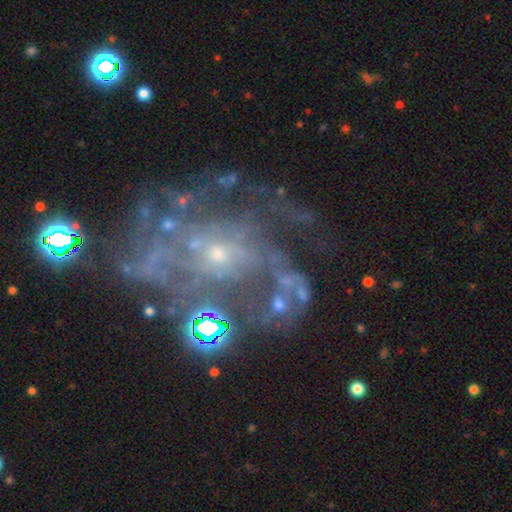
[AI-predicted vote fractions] Morphology: type=featured or disk (78%); edge-on=no (97%); bar=no (73%); spiral arms=yes (76%); winding=medium (41%); arm count=can't tell (42%); bulge=small (75%); merging=none (49%).